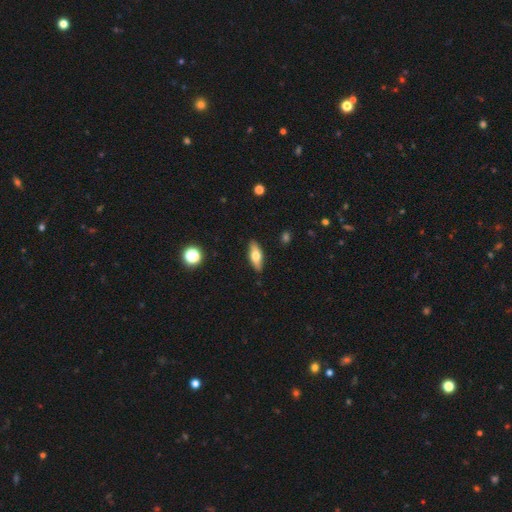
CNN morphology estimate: The model was most divided on "smooth or featured": smooth: 63%, featured or disk: 31%, star or artifact: 6%. More confident: merging — none (88%); how rounded — in between (67%).